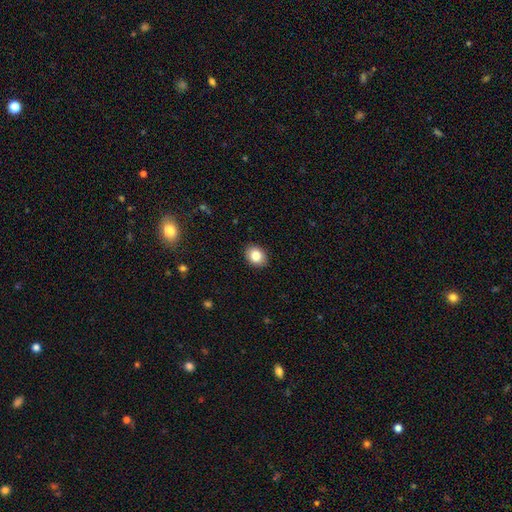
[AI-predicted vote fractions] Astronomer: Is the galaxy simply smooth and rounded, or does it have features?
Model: smooth — 84%.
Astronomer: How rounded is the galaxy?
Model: in between — 54% (runner-up: round, 45%).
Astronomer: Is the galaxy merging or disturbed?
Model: none — 90%.